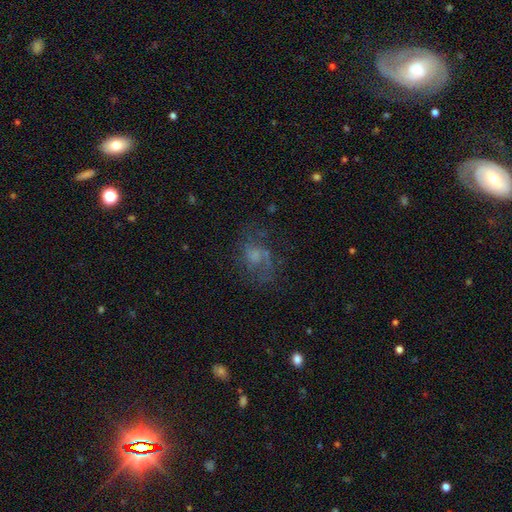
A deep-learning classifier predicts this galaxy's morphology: Smooth or featured?
  - featured or disk: 51% *
  - smooth: 32%
  - star or artifact: 17%
Edge-on disk?
  - no: 97% *
  - yes: 3%
Merging?
  - none: 52% *
  - major disturbance: 26%
  - minor disturbance: 19%
  - merger: 3%